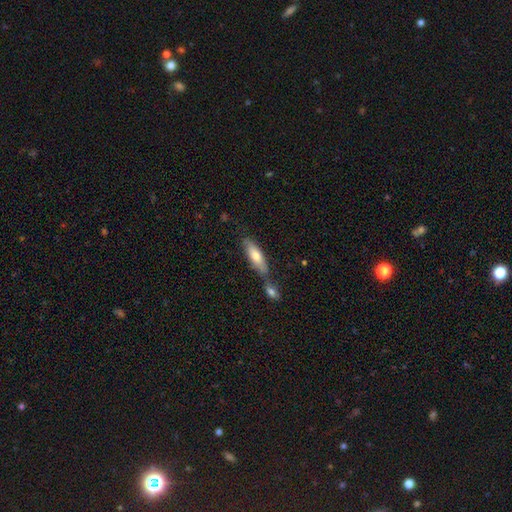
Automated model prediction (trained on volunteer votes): This appears to be a smooth galaxy with no disk features (71%) that is in between round and cigar-shaped (50%). Merging: none (53%).